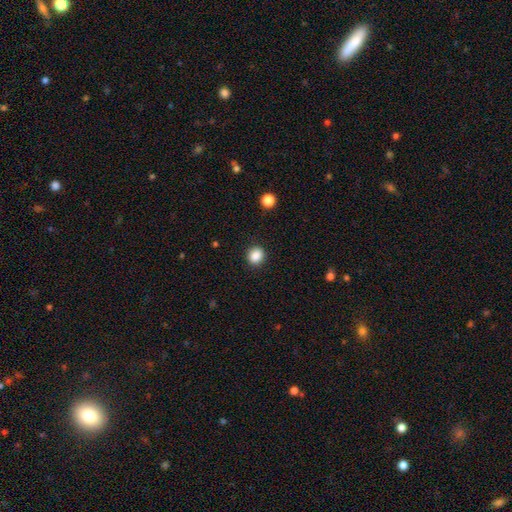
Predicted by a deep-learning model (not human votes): Overall: smooth (87%). How rounded: round (75%). Merging: none (90%).